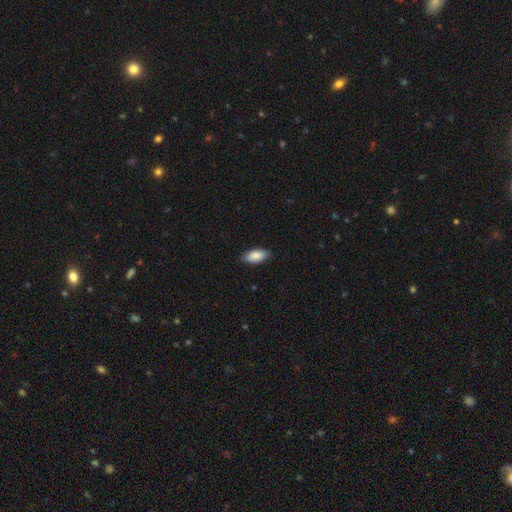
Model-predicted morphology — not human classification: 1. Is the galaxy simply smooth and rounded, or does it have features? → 88% smooth, 6% featured or disk, 6% star or artifact.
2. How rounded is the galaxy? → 91% in between, 7% cigar-shaped, 2% round.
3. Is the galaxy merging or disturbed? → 85% none, 12% minor disturbance, 2% major disturbance, 1% merger.